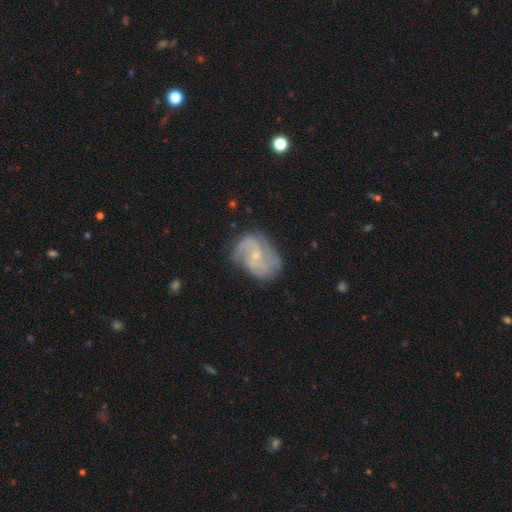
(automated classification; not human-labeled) smooth_or_featured: featured or disk (p=0.82) [alt: smooth p=0.12]
disk_edge_on: no (p=0.98) [alt: yes p=0.02]
bar: no (p=0.57) [alt: weak p=0.37]
has_spiral_arms: yes (p=0.94) [alt: no p=0.06]
spiral_winding: medium (p=0.48) [alt: tight p=0.28]
spiral_arm_count: 2 (p=0.54) [alt: 3 p=0.18]
bulge_size: small (p=0.73) [alt: moderate p=0.22]
merging: none (p=0.64) [alt: minor disturbance p=0.23]